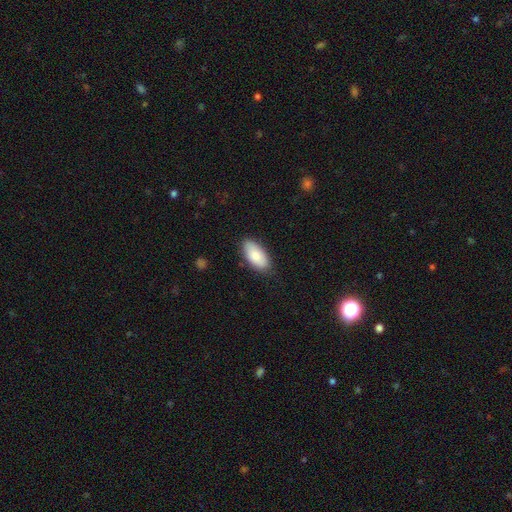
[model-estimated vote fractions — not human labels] Smooth or featured: smooth — 82% (featured or disk — 12%)
How rounded: in between — 93% (cigar-shaped — 4%)
Merging: none — 82% (minor disturbance — 15%)